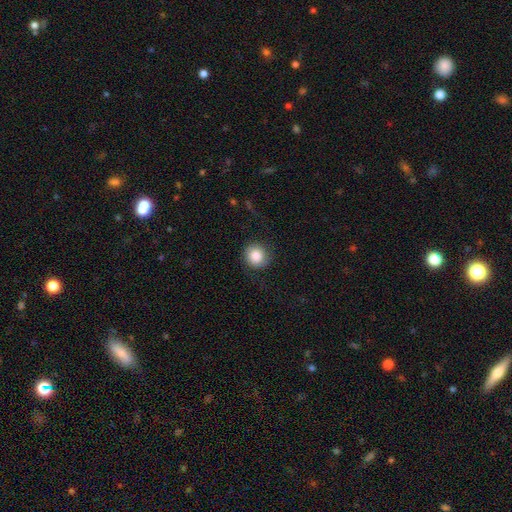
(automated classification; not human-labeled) Overall: smooth (81%). How rounded: round (89%). Merging: none (79%).